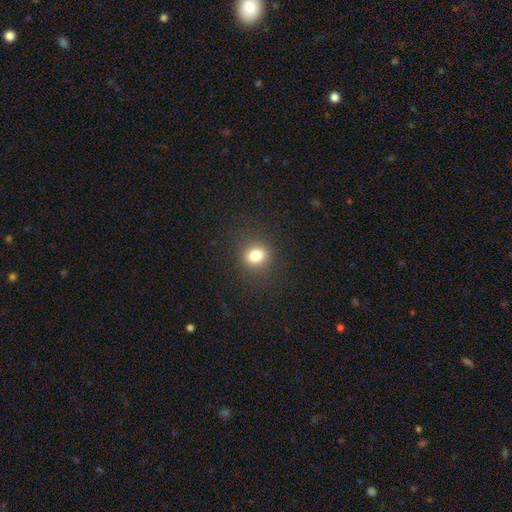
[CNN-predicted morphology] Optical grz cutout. It shows a smooth galaxy with no disk features (80%) that is round (68%). Merging: none (88%).